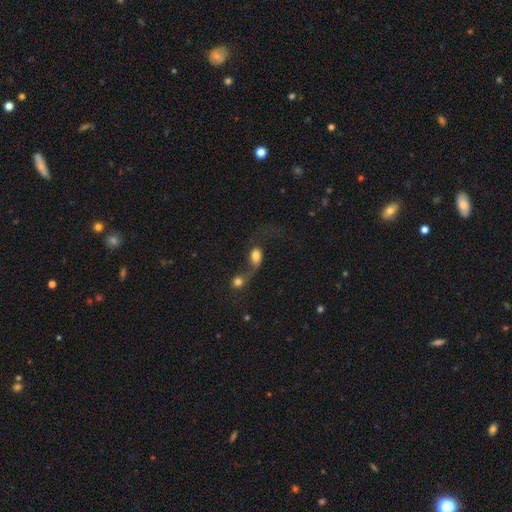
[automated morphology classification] A smooth galaxy with no disk features (66%) that is in between round and cigar-shaped (63%). Merging: merger (64%).